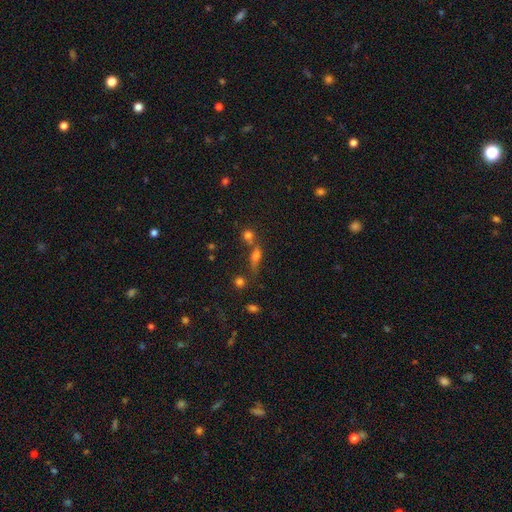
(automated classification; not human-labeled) Smooth or featured: smooth — 51% (featured or disk — 26%)
How rounded: in between — 39% (round — 32%)
Merging: none — 47% (merger — 33%)